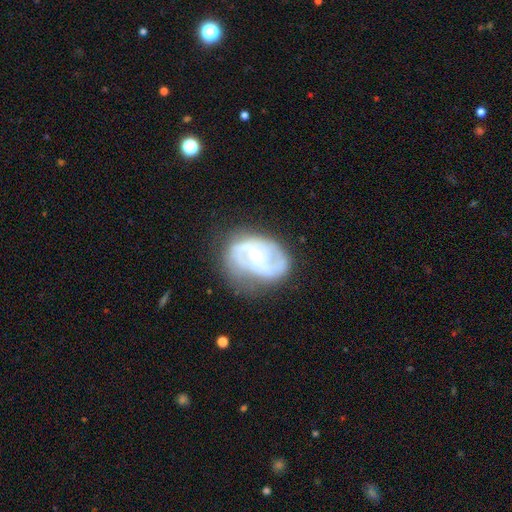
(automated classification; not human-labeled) Q: Smooth or featured?
A: featured or disk (80%); runner-up: smooth (14%)
Q: Edge-on disk?
A: no (97%); runner-up: yes (3%)
Q: Bar?
A: no (49%); runner-up: weak (40%)
Q: Spiral arms?
A: yes (87%); runner-up: no (13%)
Q: Spiral winding?
A: medium (43%); runner-up: tight (42%)
Q: Spiral arm count?
A: 2 (42%); runner-up: can't tell (26%)
Q: Bulge size?
A: small (63%); runner-up: moderate (32%)
Q: Merging?
A: none (53%); runner-up: minor disturbance (27%)